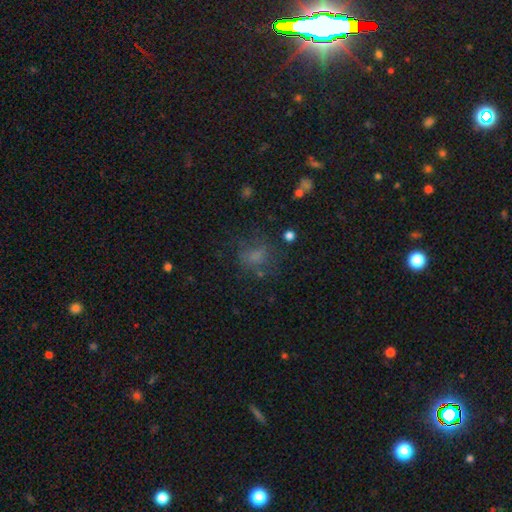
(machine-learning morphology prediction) This is likely a smooth galaxy (61%). How rounded: possibly round (59%). Merging: possibly none (58%).